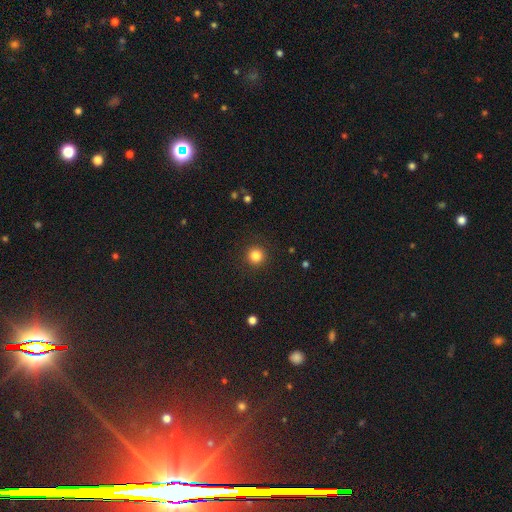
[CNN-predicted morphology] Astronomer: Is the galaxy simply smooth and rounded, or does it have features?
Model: smooth — 84%.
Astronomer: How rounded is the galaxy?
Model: round — 95%.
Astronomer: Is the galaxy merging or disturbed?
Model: none — 92%.